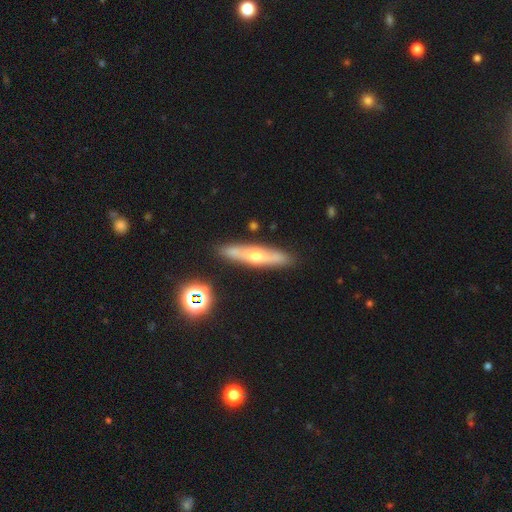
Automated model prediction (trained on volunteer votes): Q: Smooth or featured?
A: featured or disk (56%); runner-up: smooth (35%)
Q: Edge-on disk?
A: yes (78%); runner-up: no (22%)
Q: Merging?
A: none (85%); runner-up: minor disturbance (10%)